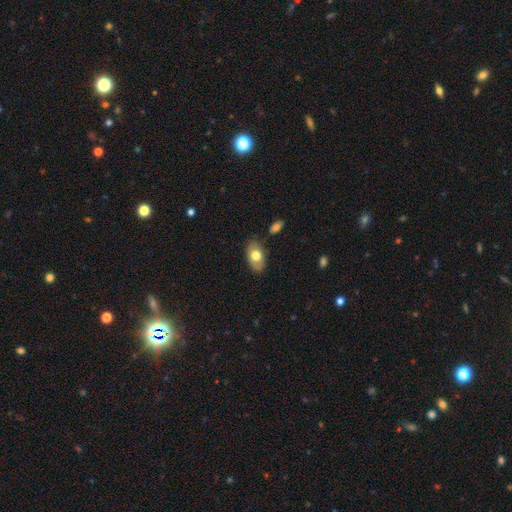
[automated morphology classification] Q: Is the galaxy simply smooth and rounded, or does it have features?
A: smooth — 70%.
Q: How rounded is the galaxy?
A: in between — 91%.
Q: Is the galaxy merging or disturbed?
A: none — 78%.